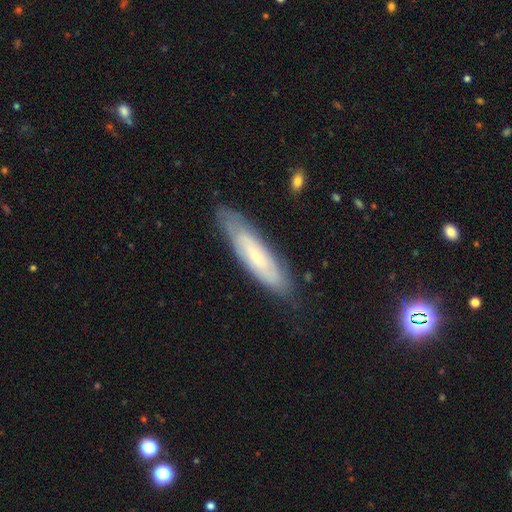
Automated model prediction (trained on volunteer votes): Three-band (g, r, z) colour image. It shows a featured or disk galaxy (49%). Merging: none (74%).